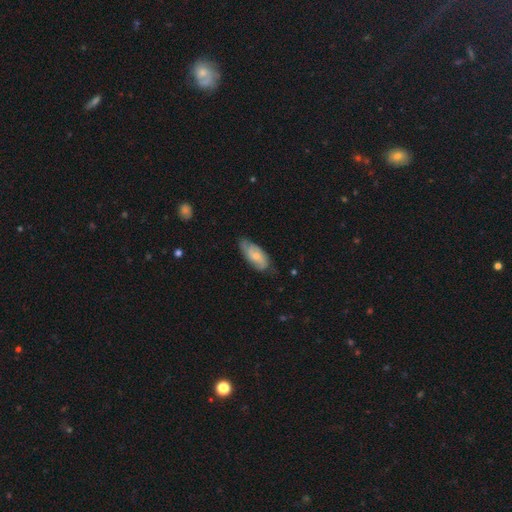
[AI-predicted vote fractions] Morphology: type=featured or disk (51%); edge-on=no (91%); merging=none (66%).